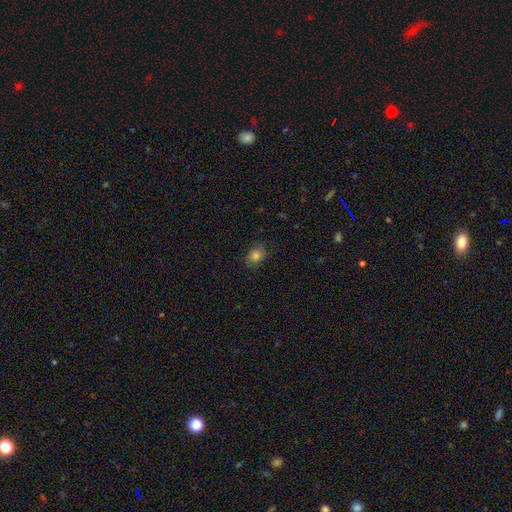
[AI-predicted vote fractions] Overall: smooth (76%). How rounded: round (52%; in between 47%). Merging: none (75%).